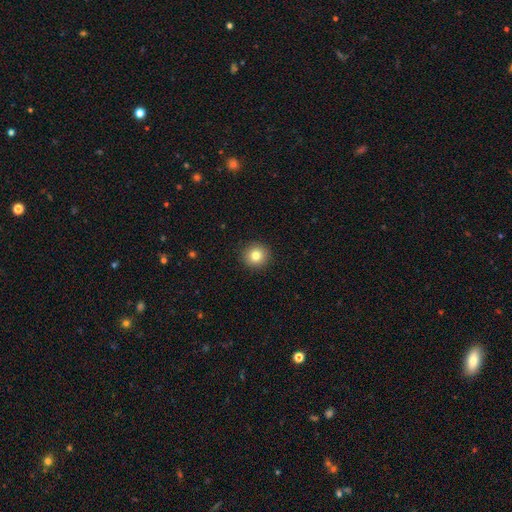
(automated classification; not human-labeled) Q: Smooth or featured?
A: smooth (81%); runner-up: star or artifact (11%)
Q: How rounded?
A: round (94%); runner-up: in between (5%)
Q: Merging?
A: none (93%); runner-up: minor disturbance (5%)